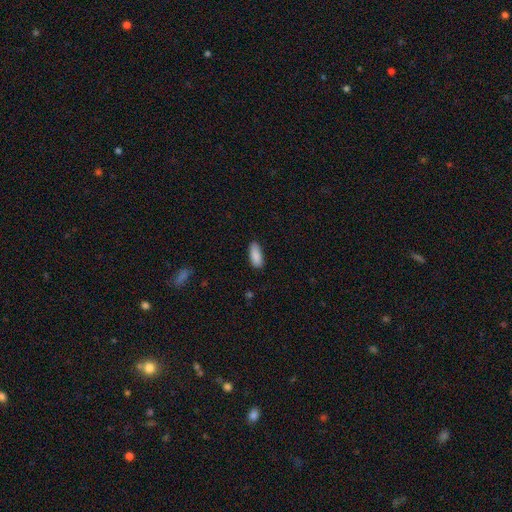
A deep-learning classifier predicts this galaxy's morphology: This appears to be a smooth galaxy with no disk features (89%) that is in between round and cigar-shaped (81%). Merging: none (82%).